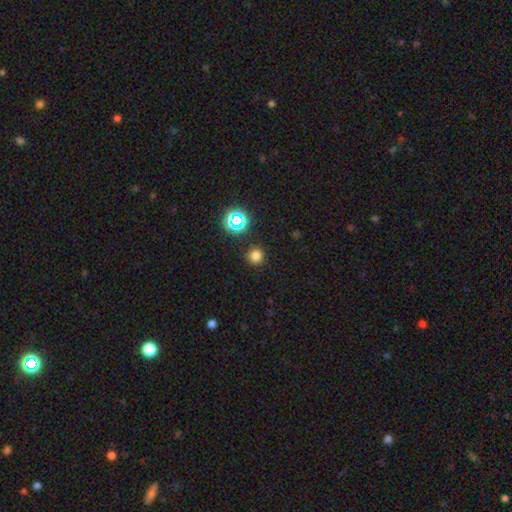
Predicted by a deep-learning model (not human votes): Overall: smooth (74%). How rounded: round (92%). Merging: none (89%).